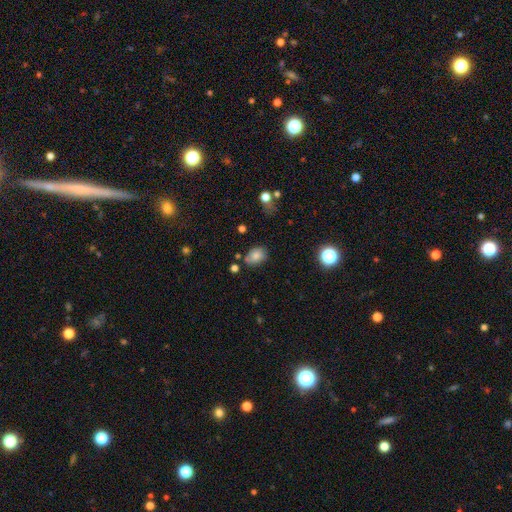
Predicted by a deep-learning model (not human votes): A smooth galaxy with no disk features (81%) that is in between round and cigar-shaped (70%). Merging: none (70%).